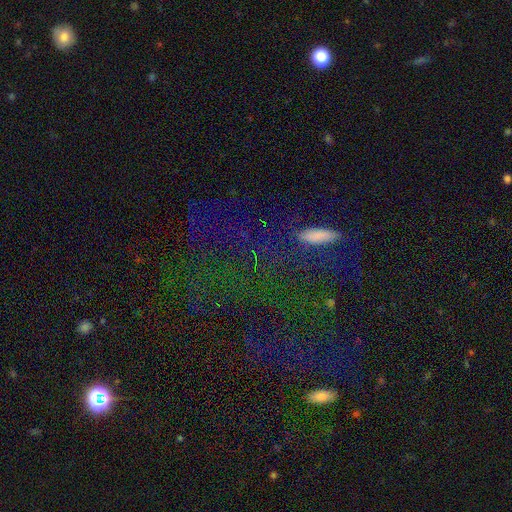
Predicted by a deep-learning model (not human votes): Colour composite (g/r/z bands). It shows a star or artifact, not a galaxy (53%).